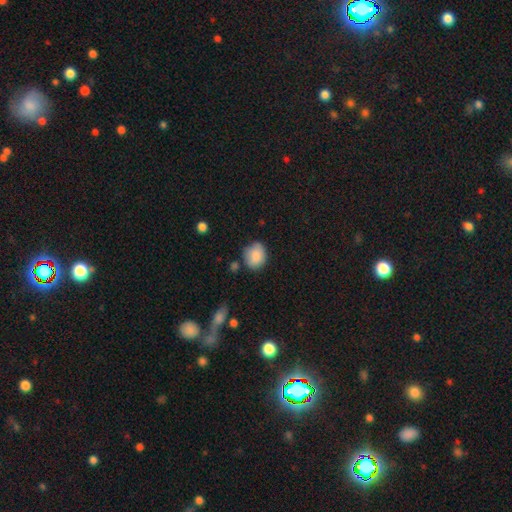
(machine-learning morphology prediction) A smooth galaxy with no disk features (85%) that is round (64%).

Vote fractions:
- Smooth or featured? smooth: 85% / star or artifact: 8% / featured or disk: 7%
- How rounded? round: 64% / in between: 35% / cigar-shaped: 1%
- Merging? none: 72% / minor disturbance: 20% / major disturbance: 4% / merger: 4%